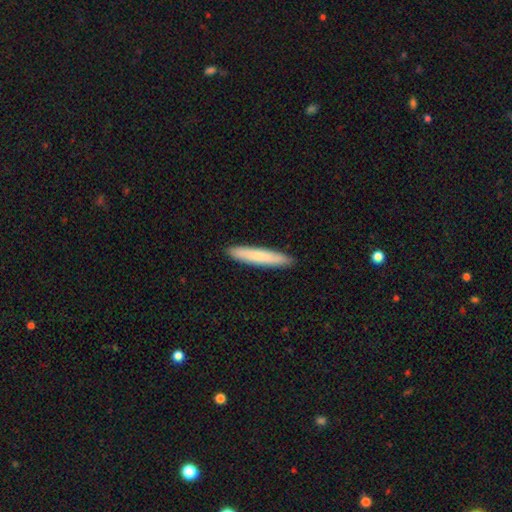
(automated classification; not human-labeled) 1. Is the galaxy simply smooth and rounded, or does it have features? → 76% smooth, 19% featured or disk, 5% star or artifact.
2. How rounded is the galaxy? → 93% cigar-shaped, 6% in between, 1% round.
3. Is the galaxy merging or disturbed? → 92% none, 6% minor disturbance, 1% major disturbance, 1% merger.